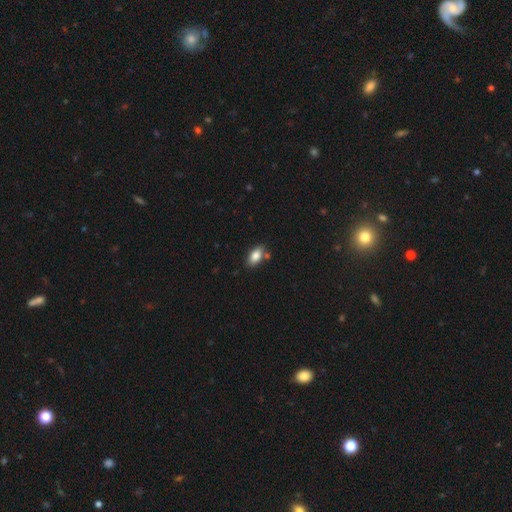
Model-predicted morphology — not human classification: Q: Smooth or featured?
A: smooth (84%); runner-up: featured or disk (8%)
Q: How rounded?
A: in between (91%); runner-up: round (5%)
Q: Merging?
A: none (75%); runner-up: minor disturbance (14%)